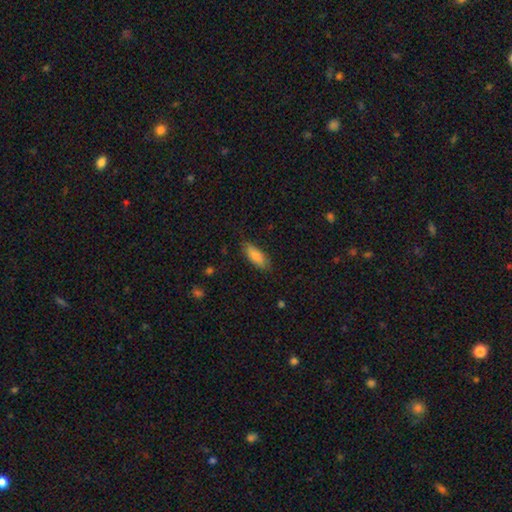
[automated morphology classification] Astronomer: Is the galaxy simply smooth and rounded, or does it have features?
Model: smooth — 81%.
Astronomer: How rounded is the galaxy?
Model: in between — 72%.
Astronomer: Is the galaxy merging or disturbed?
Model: none — 82%.